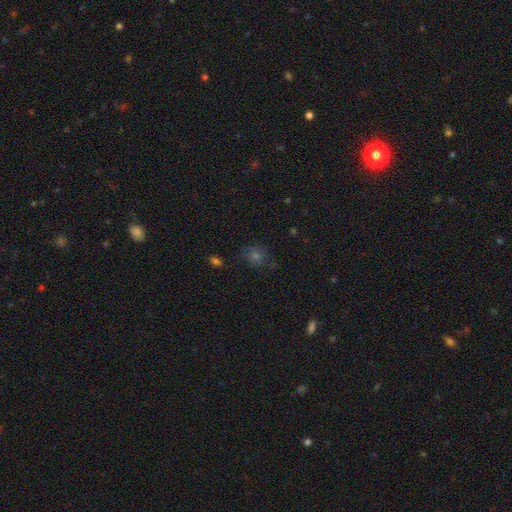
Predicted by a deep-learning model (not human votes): This is possibly a smooth galaxy (50%). Merging: likely none (77%).